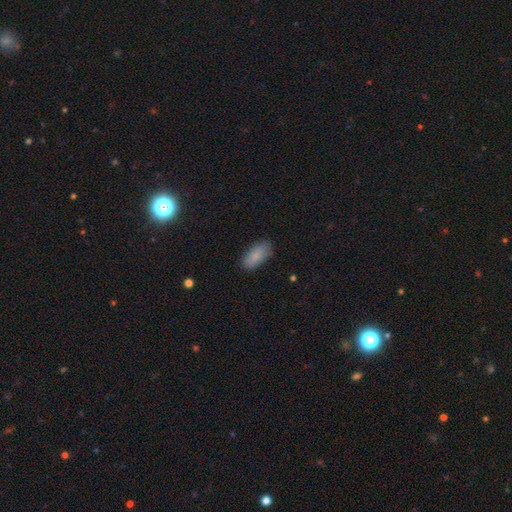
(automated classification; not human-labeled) smooth 87%, star or artifact 7%, featured or disk 6%. Down the decision tree: how rounded — in between (90%); merging — none (84%).